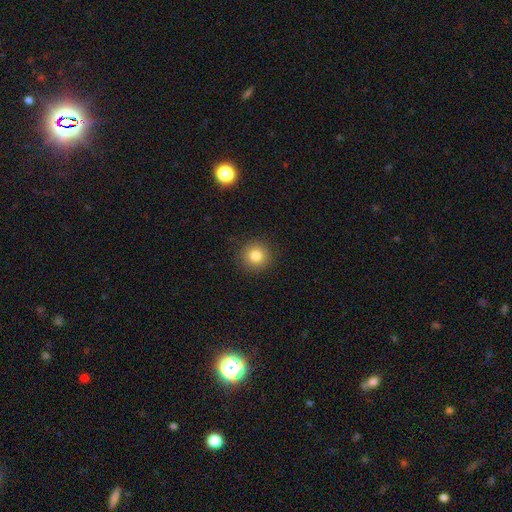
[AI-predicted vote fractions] smooth_or_featured: smooth (p=0.81) [alt: star or artifact p=0.12]
how_rounded: round (p=0.94) [alt: in between p=0.05]
merging: none (p=0.91) [alt: minor disturbance p=0.06]